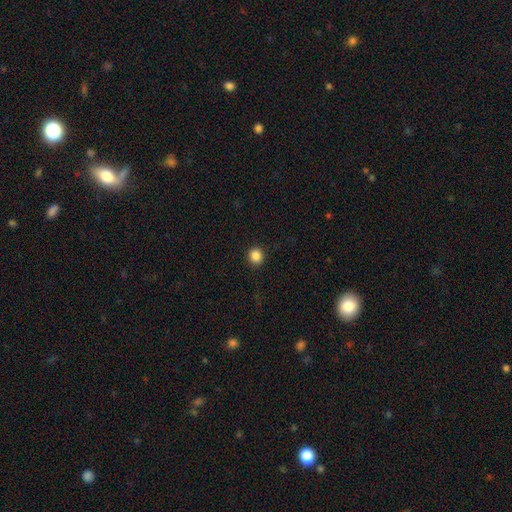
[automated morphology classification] Q: Smooth or featured?
A: smooth (87%); runner-up: star or artifact (10%)
Q: How rounded?
A: round (86%); runner-up: in between (13%)
Q: Merging?
A: none (92%); runner-up: minor disturbance (5%)